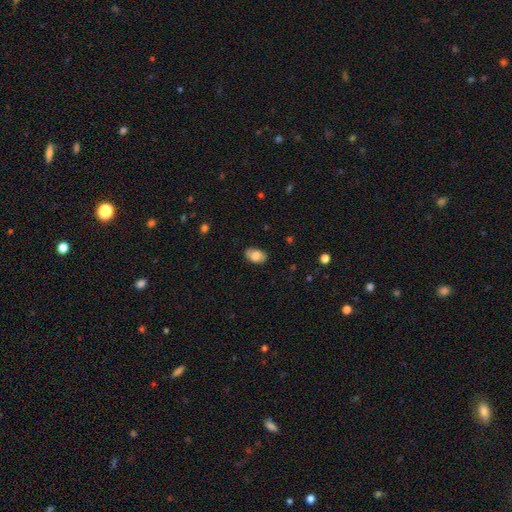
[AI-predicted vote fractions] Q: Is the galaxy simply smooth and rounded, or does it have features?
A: smooth — 73%.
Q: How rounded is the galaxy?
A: in between — 90%.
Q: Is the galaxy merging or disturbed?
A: none — 82%.